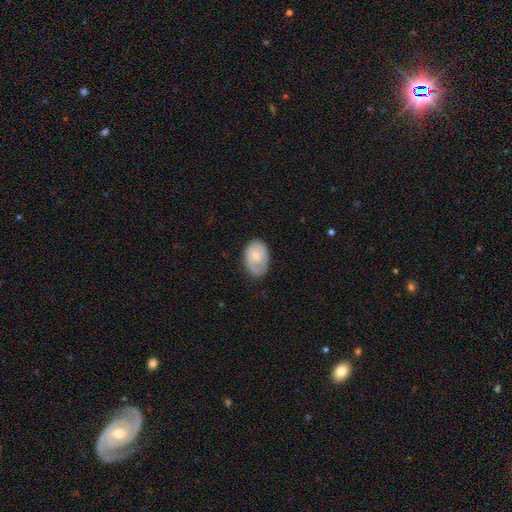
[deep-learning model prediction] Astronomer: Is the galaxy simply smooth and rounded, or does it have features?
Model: smooth — 50% (runner-up: featured or disk, 44%).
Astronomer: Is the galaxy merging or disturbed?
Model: none — 68%.